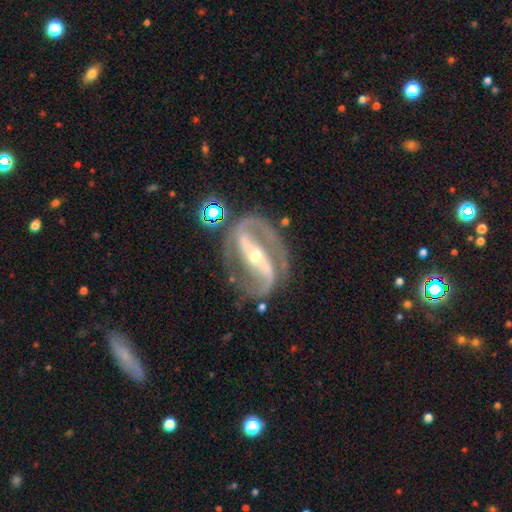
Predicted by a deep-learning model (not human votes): Morphology: type=featured or disk (91%); edge-on=no (95%); bar=strong (75%); spiral arms=yes (95%); winding=medium (54%); arm count=2 (92%); bulge=small (54%); merging=none (78%).